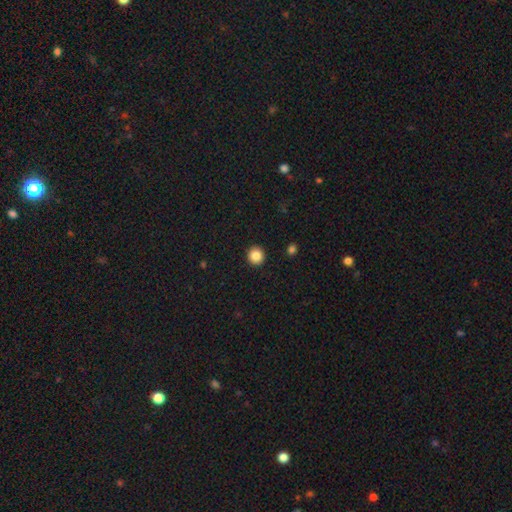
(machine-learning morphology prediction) This appears to be a smooth galaxy with no disk features (87%) that is round (94%). Merging: none (93%).